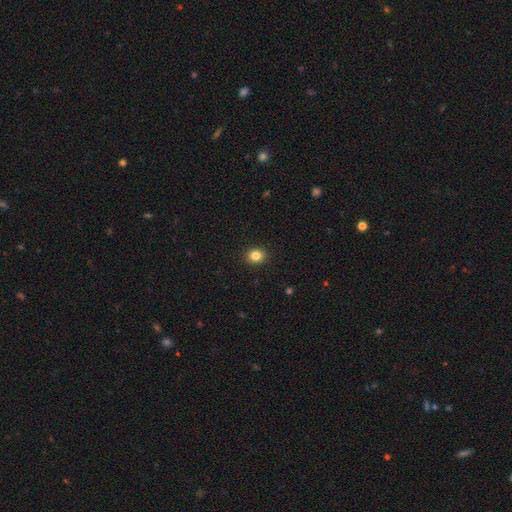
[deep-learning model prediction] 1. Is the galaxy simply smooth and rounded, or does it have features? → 84% smooth, 11% star or artifact, 5% featured or disk.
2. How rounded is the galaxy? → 71% round, 28% in between, 1% cigar-shaped.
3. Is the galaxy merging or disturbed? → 91% none, 6% minor disturbance, 2% major disturbance, 1% merger.